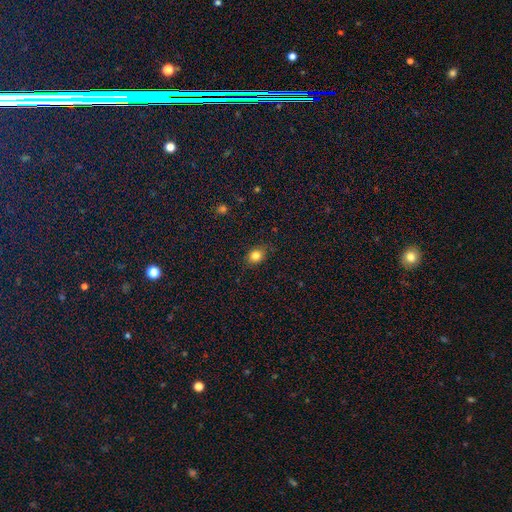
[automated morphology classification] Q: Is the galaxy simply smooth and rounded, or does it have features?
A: smooth — 82%.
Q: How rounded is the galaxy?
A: in between — 52%.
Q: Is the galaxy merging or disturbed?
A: none — 83%.